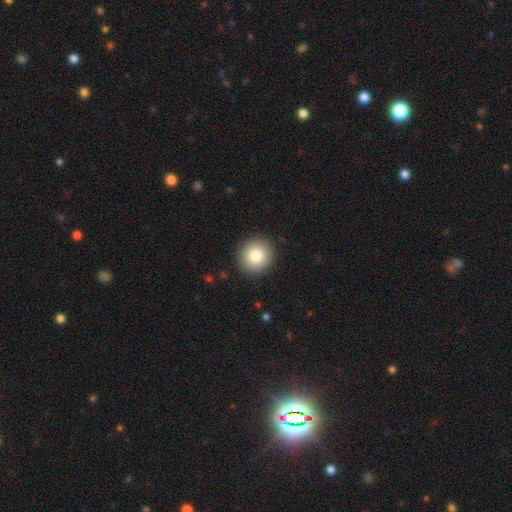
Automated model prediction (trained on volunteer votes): Morphology: type=smooth (83%); roundness=round (90%); merging=none (91%).